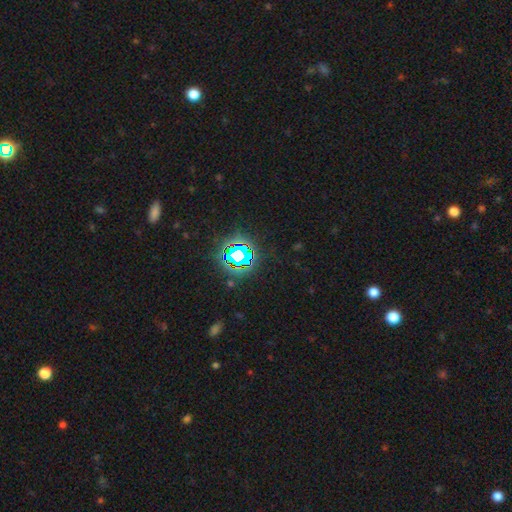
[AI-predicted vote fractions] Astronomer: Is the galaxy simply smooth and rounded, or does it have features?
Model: star or artifact — 78%.